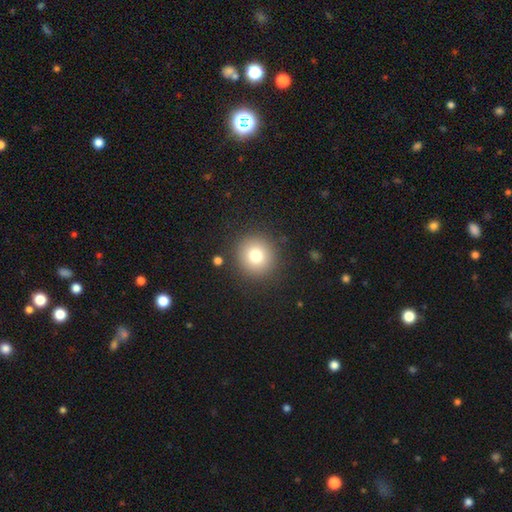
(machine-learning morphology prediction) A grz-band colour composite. It shows a smooth galaxy with no disk features (78%) that is round (94%). Merging: none (89%).